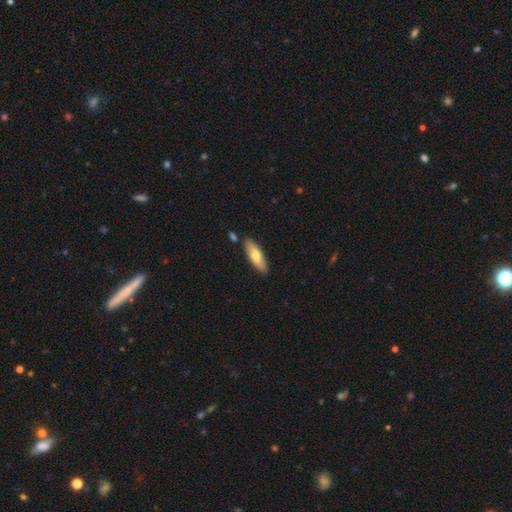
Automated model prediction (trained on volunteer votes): Smooth or featured?
  - smooth: 68% *
  - featured or disk: 26%
  - star or artifact: 6%
How rounded?
  - in between: 52% *
  - cigar-shaped: 46%
  - round: 2%
Merging?
  - none: 83% *
  - minor disturbance: 10%
  - merger: 5%
  - major disturbance: 2%